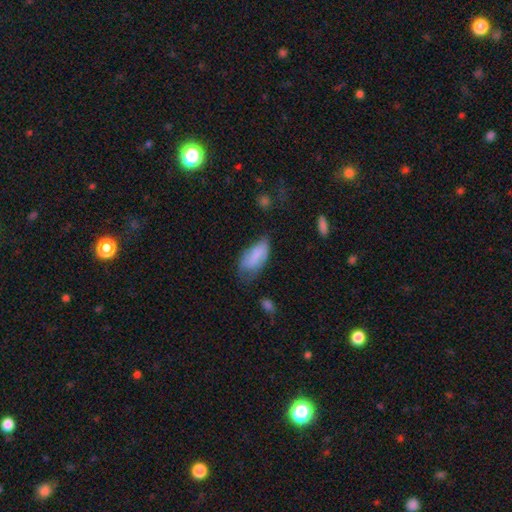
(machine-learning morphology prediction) Smooth or featured: smooth — 74% (featured or disk — 19%)
How rounded: in between — 89% (cigar-shaped — 9%)
Merging: none — 41% (minor disturbance — 38%)